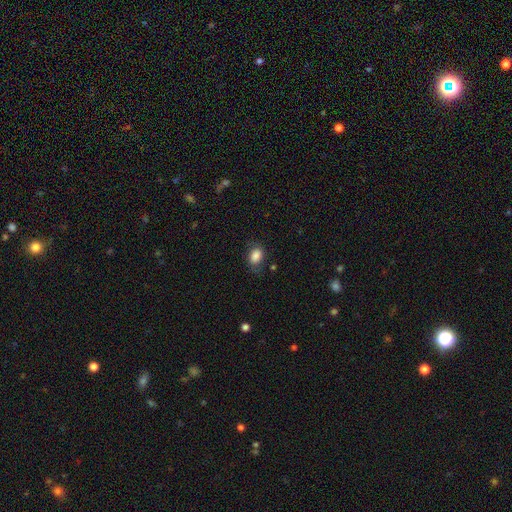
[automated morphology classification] A smooth galaxy with no disk features (83%) that is in between round and cigar-shaped (74%). Merging: none (65%).